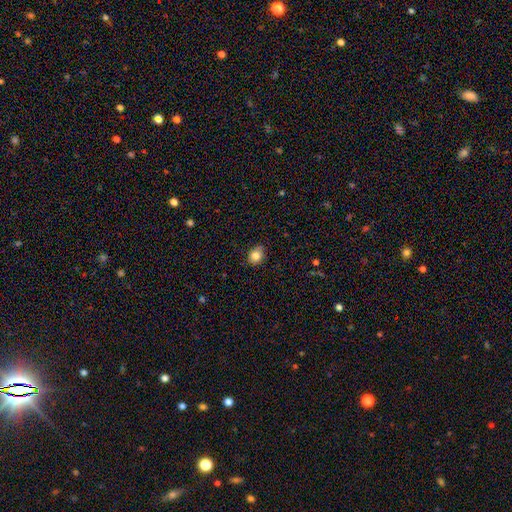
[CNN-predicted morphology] smooth_or_featured: smooth (p=0.81) [alt: star or artifact p=0.11]
how_rounded: round (p=0.60) [alt: in between p=0.39]
merging: none (p=0.78) [alt: minor disturbance p=0.18]